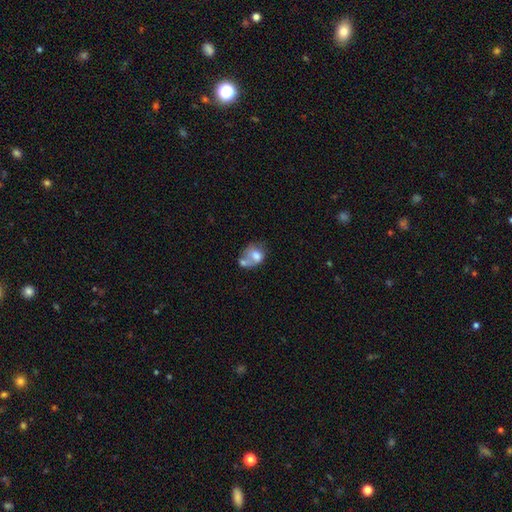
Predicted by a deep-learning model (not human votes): Morphology: type=smooth (64%); roundness=in between (56%); merging=merger (49%).